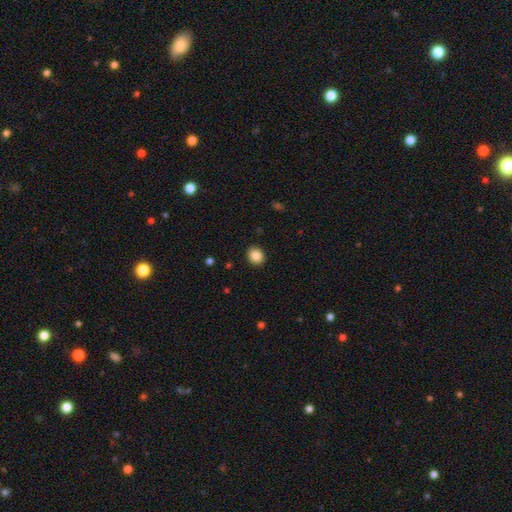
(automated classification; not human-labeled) The model was most divided on "how rounded": round: 73%, in between: 26%, cigar-shaped: 1%. More confident: merging — none (91%); smooth or featured — smooth (85%).